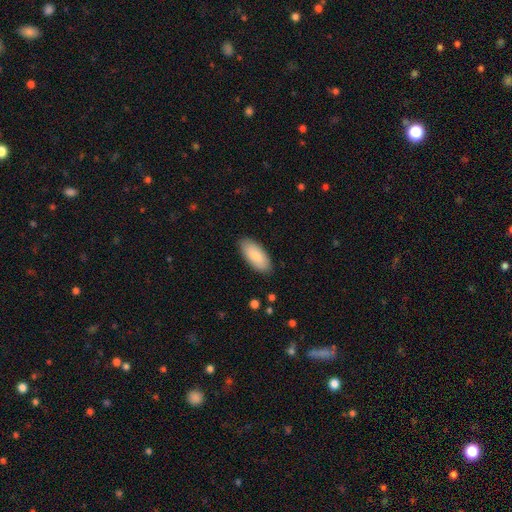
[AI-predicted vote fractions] Smooth or featured? Predicted: smooth (p=0.85). How rounded? Predicted: in between (p=0.90). Merging? Predicted: none (p=0.87).